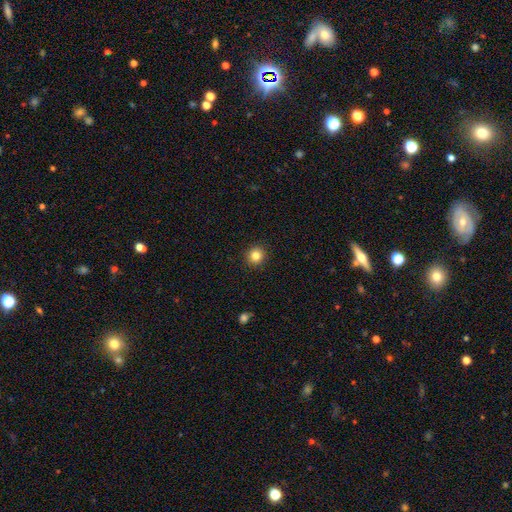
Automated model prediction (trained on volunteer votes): The model was most divided on "smooth or featured": smooth: 83%, star or artifact: 11%, featured or disk: 6%. More confident: merging — none (92%); how rounded — round (92%).